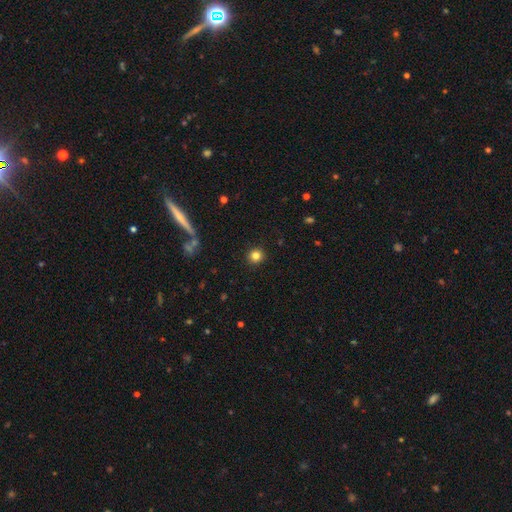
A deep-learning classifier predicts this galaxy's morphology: Smooth or featured: smooth — 83% (star or artifact — 12%)
How rounded: round — 94% (in between — 5%)
Merging: none — 93% (minor disturbance — 4%)